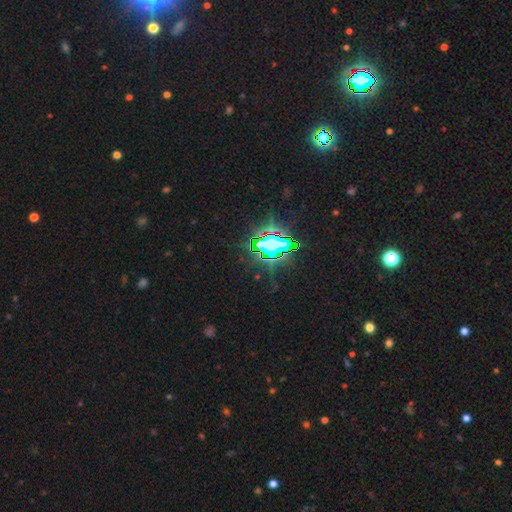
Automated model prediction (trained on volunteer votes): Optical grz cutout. It shows a star or artifact, not a galaxy (85%).